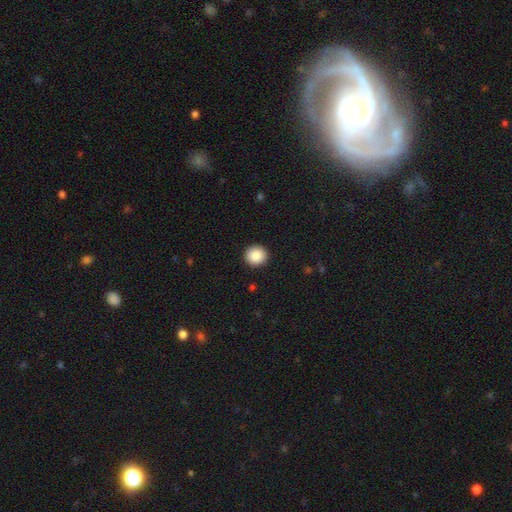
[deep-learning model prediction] Smooth or featured?
  - smooth: 88% *
  - star or artifact: 8%
  - featured or disk: 3%
How rounded?
  - round: 91% *
  - in between: 8%
  - cigar-shaped: 1%
Merging?
  - none: 93% *
  - minor disturbance: 5%
  - major disturbance: 2%
  - merger: 1%